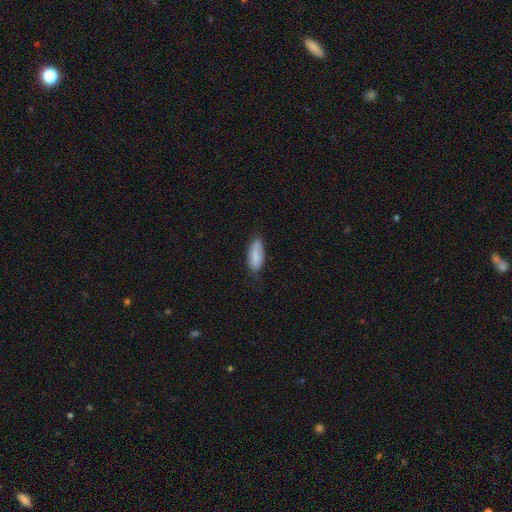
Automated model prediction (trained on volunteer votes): Smooth or featured? Predicted: smooth (p=0.77). How rounded? Predicted: in between (p=0.80). Merging? Predicted: none (p=0.73).